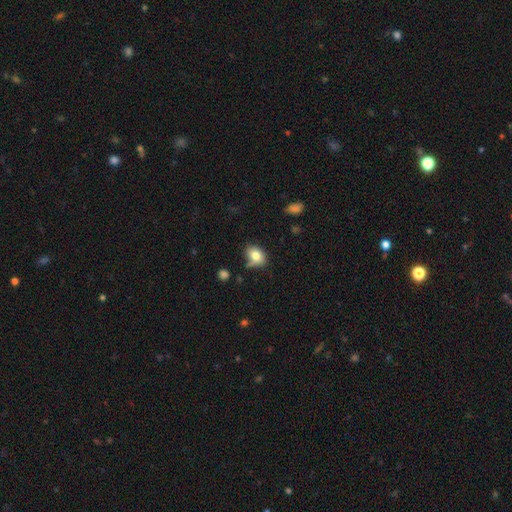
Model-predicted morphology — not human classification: Smooth or featured: smooth — 79% (featured or disk — 12%)
How rounded: in between — 69% (round — 30%)
Merging: none — 56% (minor disturbance — 29%)